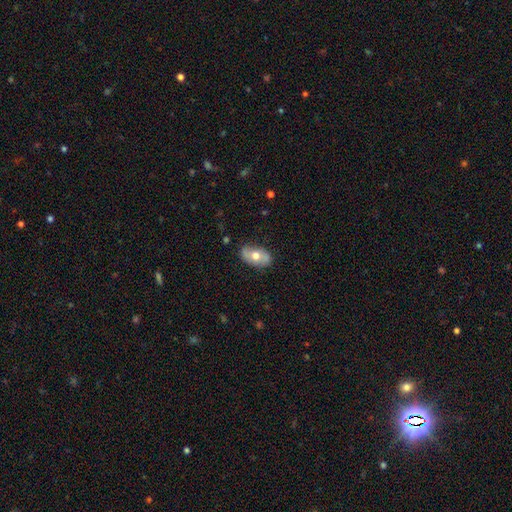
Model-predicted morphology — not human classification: smooth 51%, featured or disk 42%, star or artifact 7%. Down the decision tree: how rounded — in between (90%); merging — none (77%).